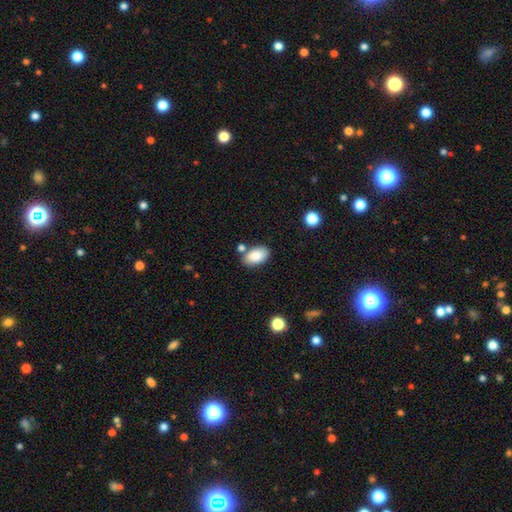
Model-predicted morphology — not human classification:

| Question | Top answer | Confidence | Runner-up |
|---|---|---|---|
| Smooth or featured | smooth | 88% | star or artifact (7%) |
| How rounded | in between | 93% | round (6%) |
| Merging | none | 75% | minor disturbance (13%) |